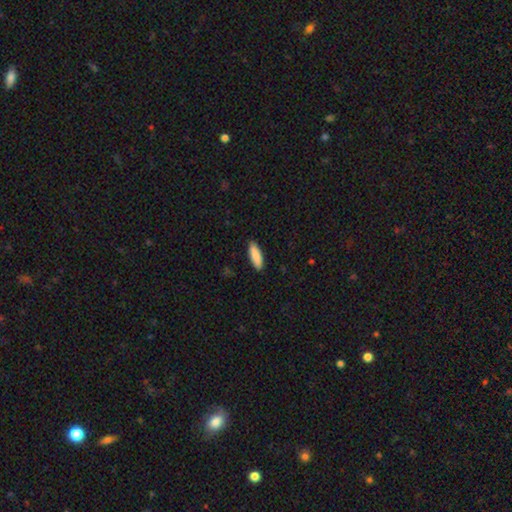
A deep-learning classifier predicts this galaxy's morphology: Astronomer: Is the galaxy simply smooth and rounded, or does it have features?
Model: smooth — 89%.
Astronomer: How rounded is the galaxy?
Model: cigar-shaped — 50% (runner-up: in between, 48%).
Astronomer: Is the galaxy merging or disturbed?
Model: none — 90%.